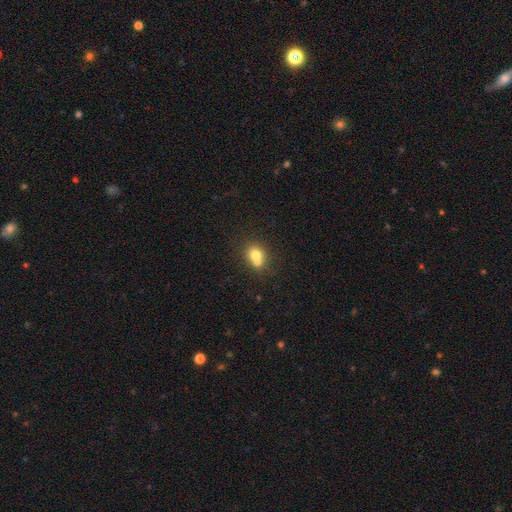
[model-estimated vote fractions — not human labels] Smooth or featured?
  - smooth: 71% *
  - featured or disk: 17%
  - star or artifact: 12%
How rounded?
  - round: 73% *
  - in between: 26%
  - cigar-shaped: 1%
Merging?
  - merger: 50% *
  - none: 39%
  - minor disturbance: 8%
  - major disturbance: 3%